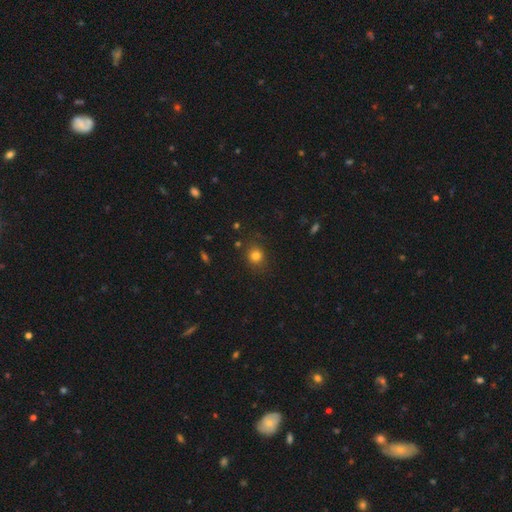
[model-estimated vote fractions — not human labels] Overall: smooth (80%). How rounded: round (78%). Merging: none (82%).